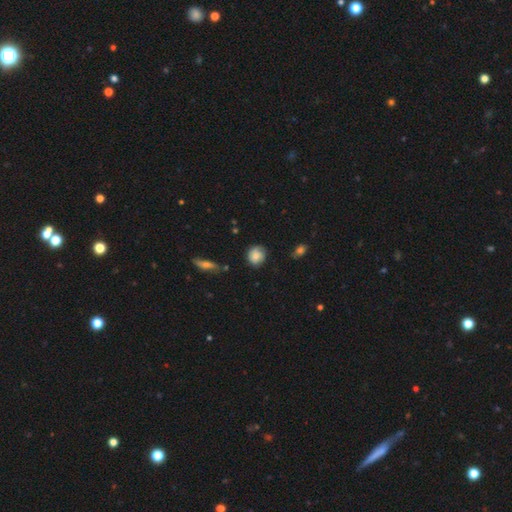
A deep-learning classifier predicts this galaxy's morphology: smooth-or-featured: smooth: 72% | featured or disk: 20% | star or artifact: 8%
  how-rounded: round: 70% | in between: 29% | cigar-shaped: 1%
  merging: none: 71% | minor disturbance: 22% | major disturbance: 5% | merger: 2%